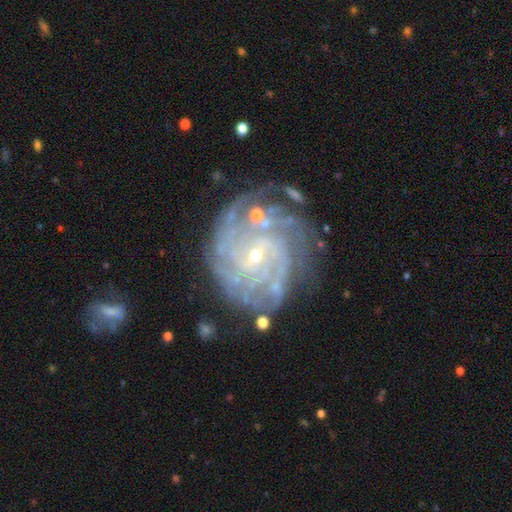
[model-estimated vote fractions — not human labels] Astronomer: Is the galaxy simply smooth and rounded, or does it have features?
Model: featured or disk — 89%.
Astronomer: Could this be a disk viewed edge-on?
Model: no — 98%.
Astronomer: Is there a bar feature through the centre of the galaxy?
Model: no — 49% (runner-up: weak, 41%).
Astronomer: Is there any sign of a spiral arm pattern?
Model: yes — 97%.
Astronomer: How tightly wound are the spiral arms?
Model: tight — 73%.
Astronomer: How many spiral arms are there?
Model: can't tell — 26% (runner-up: 4, 24%).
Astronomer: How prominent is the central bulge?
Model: small — 73%.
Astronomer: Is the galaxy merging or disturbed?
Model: none — 70%.